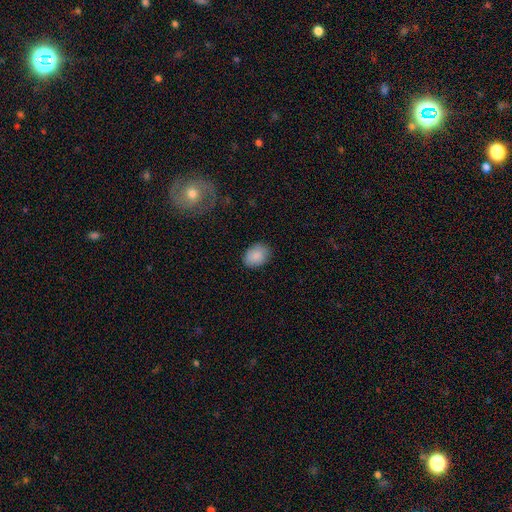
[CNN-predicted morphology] smooth-or-featured: smooth: 86% | star or artifact: 7% | featured or disk: 7%
  how-rounded: in between: 66% | round: 33% | cigar-shaped: 1%
  merging: none: 84% | minor disturbance: 12% | major disturbance: 3% | merger: 1%